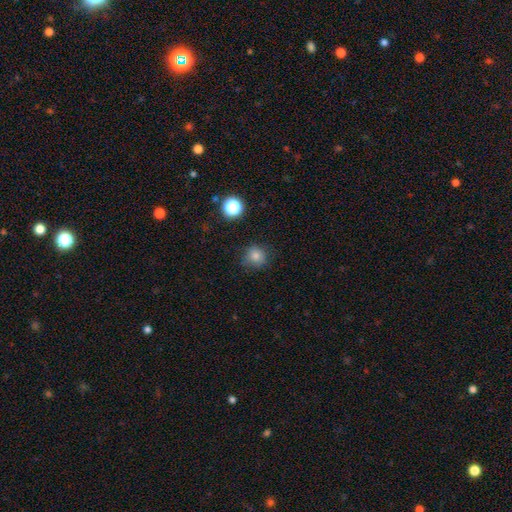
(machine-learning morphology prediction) smooth_or_featured: smooth (p=0.79) [alt: star or artifact p=0.14]
how_rounded: round (p=0.90) [alt: in between p=0.09]
merging: none (p=0.80) [alt: minor disturbance p=0.15]